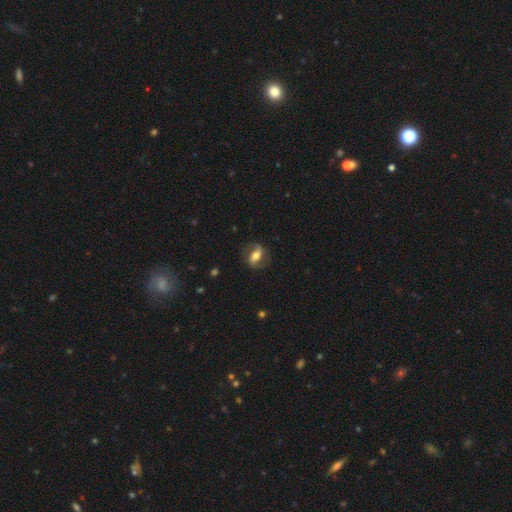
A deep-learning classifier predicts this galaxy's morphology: Smooth or featured: featured or disk — 65% (smooth — 28%)
Edge-on disk: no — 91% (yes — 9%)
Bar: strong — 45% (weak — 31%)
Spiral arms: yes — 83% (no — 17%)
Bulge size: moderate — 60% (large — 20%)
Merging: none — 76% (minor disturbance — 15%)